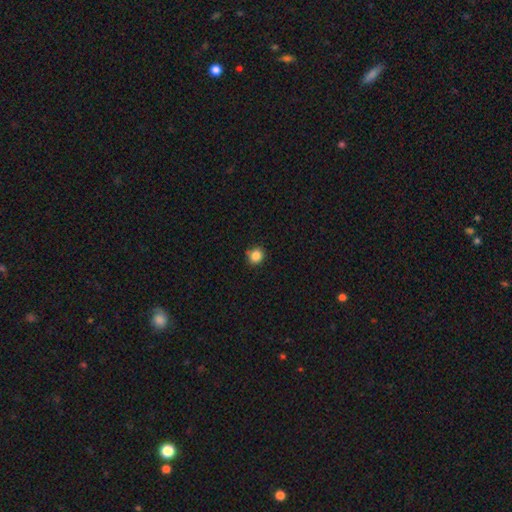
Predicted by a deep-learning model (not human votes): Overall: smooth (86%). How rounded: round (83%). Merging: none (82%).